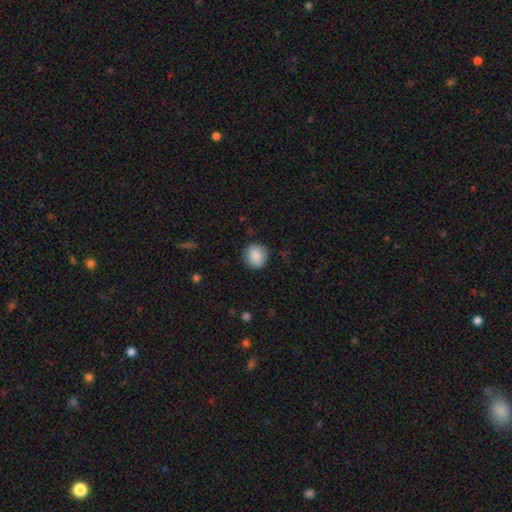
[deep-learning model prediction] A smooth galaxy with no disk features (87%) that is round (83%). Merging: none (85%).